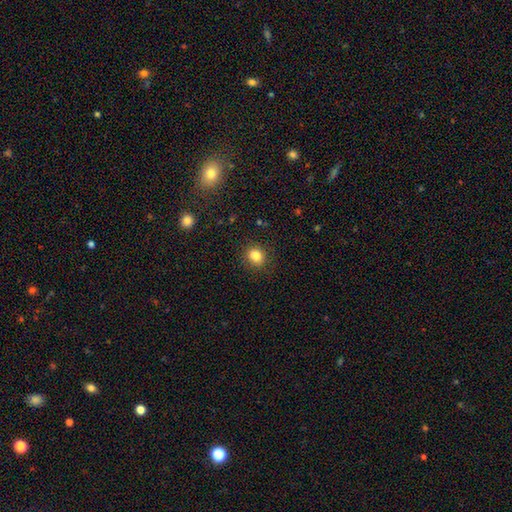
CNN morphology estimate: Overall: smooth (83%). How rounded: round (68%; in between 31%). Merging: none (85%).